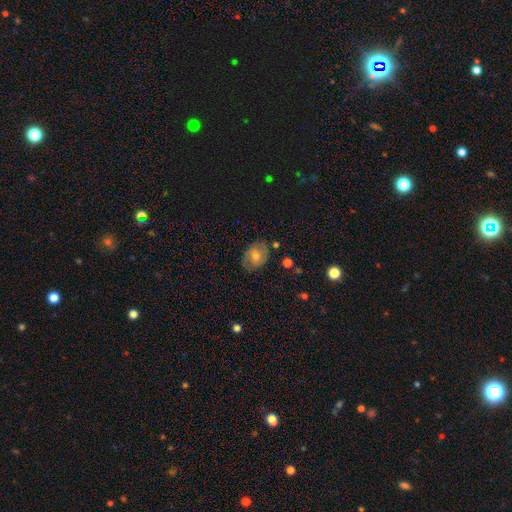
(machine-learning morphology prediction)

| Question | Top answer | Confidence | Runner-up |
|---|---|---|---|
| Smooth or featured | smooth | 45% | featured or disk (44%) |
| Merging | none | 77% | minor disturbance (16%) |